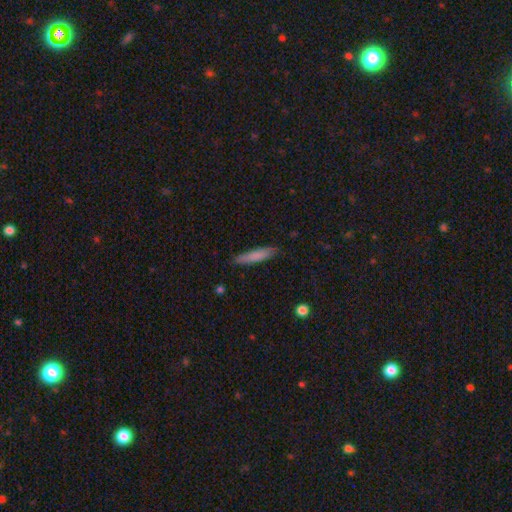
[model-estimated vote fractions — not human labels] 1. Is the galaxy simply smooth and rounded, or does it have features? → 80% smooth, 14% featured or disk, 6% star or artifact.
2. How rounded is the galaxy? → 86% cigar-shaped, 12% in between, 1% round.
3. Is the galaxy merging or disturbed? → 86% none, 11% minor disturbance, 2% major disturbance, 1% merger.